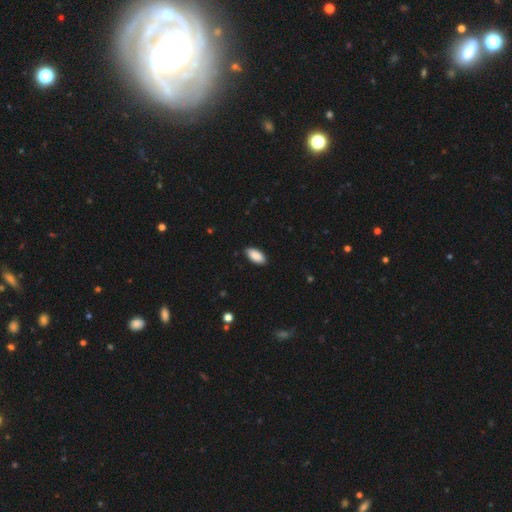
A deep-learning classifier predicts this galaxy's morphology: Smooth or featured?
  - smooth: 89% *
  - star or artifact: 6%
  - featured or disk: 5%
How rounded?
  - in between: 92% *
  - cigar-shaped: 6%
  - round: 2%
Merging?
  - none: 88% *
  - minor disturbance: 9%
  - major disturbance: 2%
  - merger: 1%